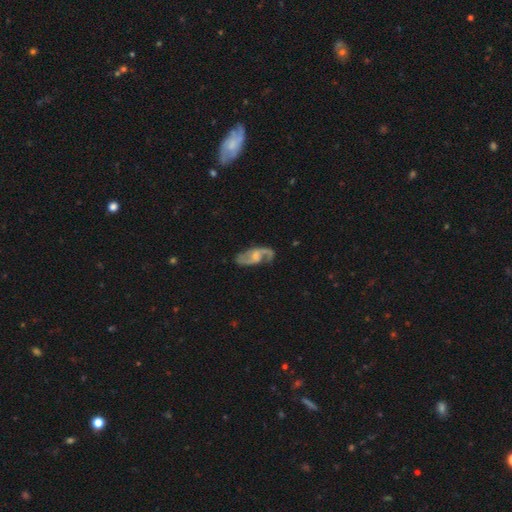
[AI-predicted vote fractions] Smooth or featured? Predicted: featured or disk (p=0.82). Edge-on disk? Predicted: no (p=0.95). Bar? Predicted: weak (p=0.51). Spiral arms? Predicted: yes (p=0.93). Spiral winding? Predicted: loose (p=0.52). Spiral arm count? Predicted: 2 (p=0.89). Bulge size? Predicted: moderate (p=0.34). Merging? Predicted: none (p=0.71).